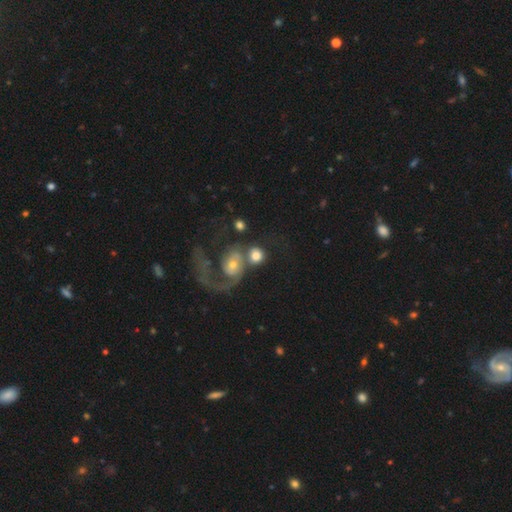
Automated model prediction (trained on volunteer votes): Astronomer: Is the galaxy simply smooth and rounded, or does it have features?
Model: smooth — 57% (runner-up: featured or disk, 35%).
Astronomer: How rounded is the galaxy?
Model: round — 79%.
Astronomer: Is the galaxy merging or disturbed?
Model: merger — 50% (runner-up: none, 28%).